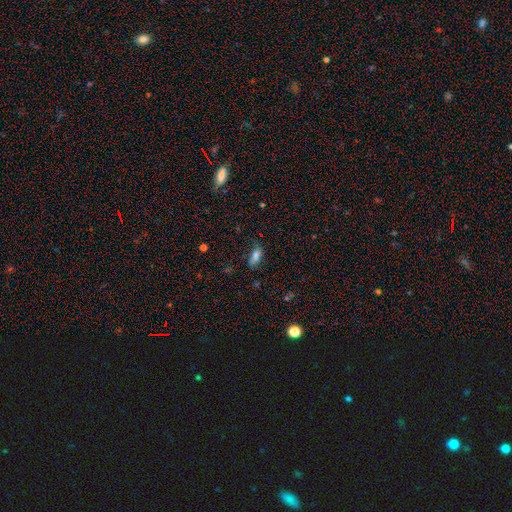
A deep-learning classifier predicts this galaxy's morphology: Smooth or featured?
  - smooth: 74% *
  - featured or disk: 14%
  - star or artifact: 13%
How rounded?
  - in between: 76% *
  - cigar-shaped: 20%
  - round: 5%
Merging?
  - none: 60% *
  - minor disturbance: 27%
  - major disturbance: 10%
  - merger: 3%